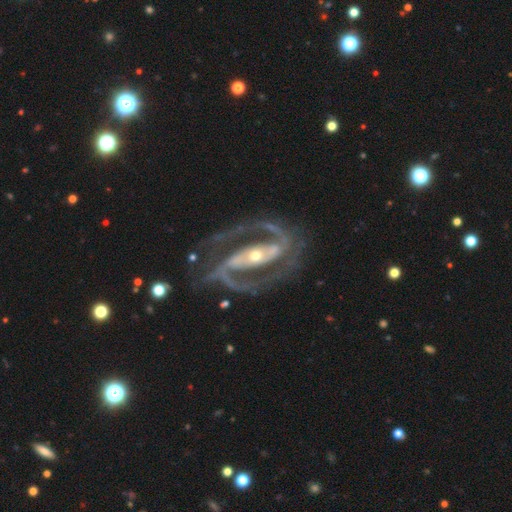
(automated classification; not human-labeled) Overall: featured or disk (93%). Edge-on disk: no (97%). Bar: strong (59%; weak 23%). Spiral arms: yes (98%). Spiral arm count: 2 (92%). Spiral winding: medium (59%; tight 26%). Bulge size: small (48%; moderate 46%). Merging: none (74%).